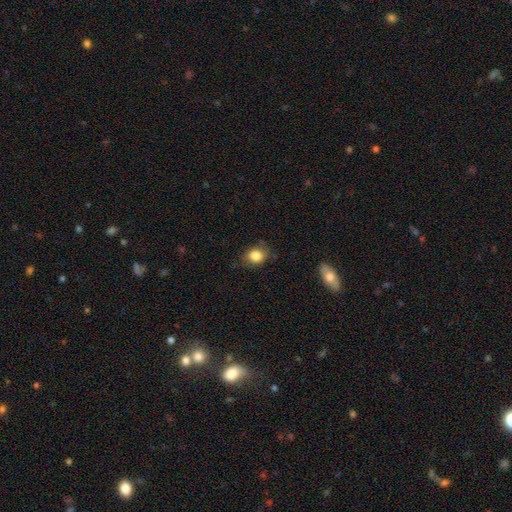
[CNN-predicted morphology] Smooth or featured: smooth — 84% (star or artifact — 9%)
How rounded: round — 55% (in between — 44%)
Merging: none — 73% (minor disturbance — 20%)